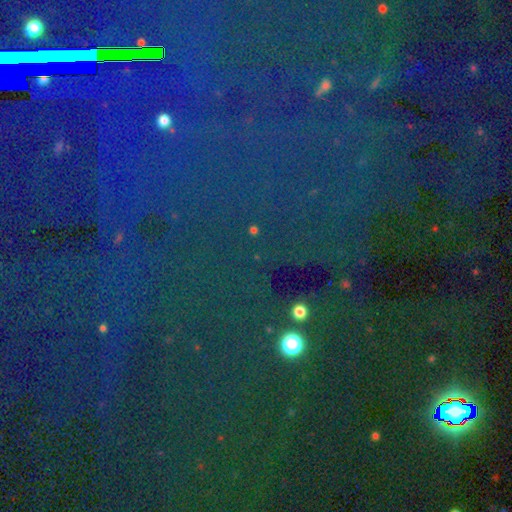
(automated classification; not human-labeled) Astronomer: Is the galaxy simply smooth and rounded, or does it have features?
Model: star or artifact — 83%.